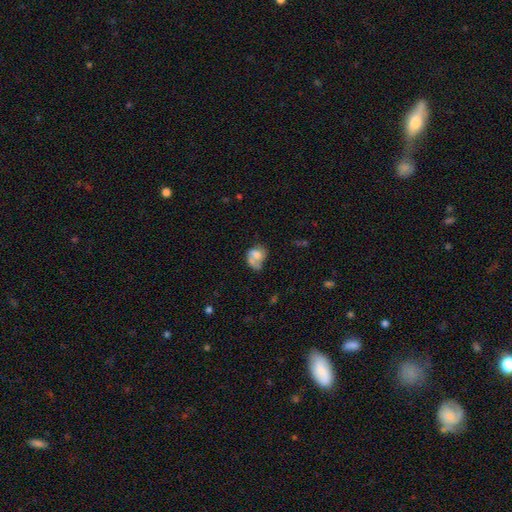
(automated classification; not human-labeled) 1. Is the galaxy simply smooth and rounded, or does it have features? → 47% smooth, 44% featured or disk, 9% star or artifact.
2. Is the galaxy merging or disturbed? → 29% none (tied), 29% major disturbance (tied), 22% minor disturbance, 20% merger.